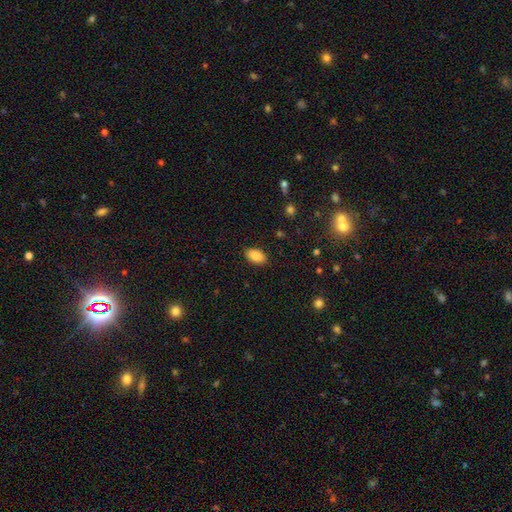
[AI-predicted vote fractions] Smooth or featured? Predicted: smooth (p=0.86). How rounded? Predicted: in between (p=0.92). Merging? Predicted: none (p=0.88).